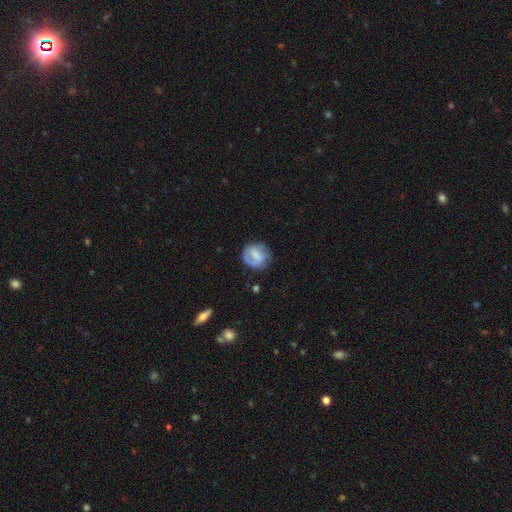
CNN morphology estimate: Overall: featured or disk (47%; smooth 46%). Merging: none (66%).